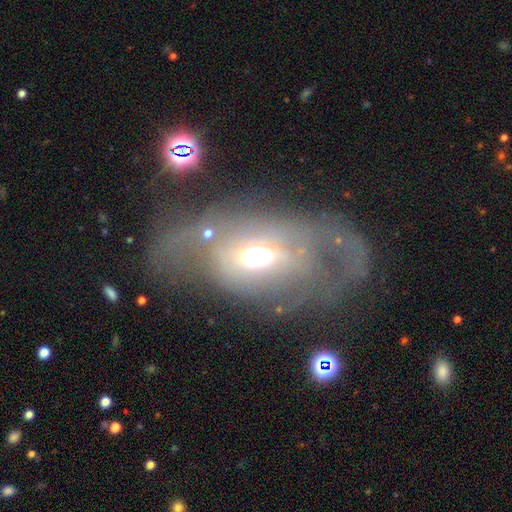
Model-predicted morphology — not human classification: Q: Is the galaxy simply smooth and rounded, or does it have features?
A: featured or disk — 58%.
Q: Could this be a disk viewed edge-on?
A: no — 90%.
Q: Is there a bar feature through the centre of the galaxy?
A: no — 61%.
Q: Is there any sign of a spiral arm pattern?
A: no — 59%.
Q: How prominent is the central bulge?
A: moderate — 58%.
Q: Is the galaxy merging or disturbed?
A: major disturbance — 48%.